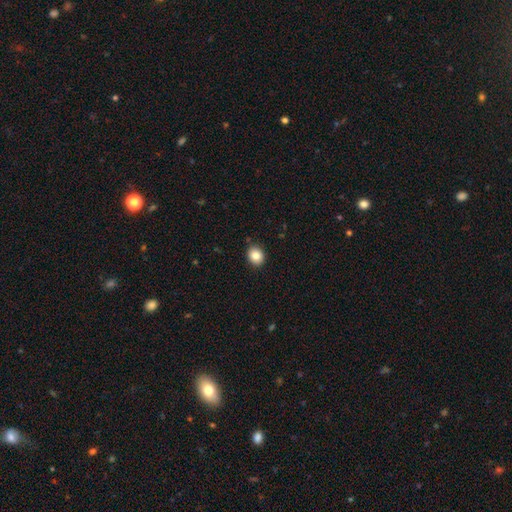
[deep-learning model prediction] Smooth or featured? Predicted: smooth (p=0.85). How rounded? Predicted: round (p=0.64). Merging? Predicted: none (p=0.89).